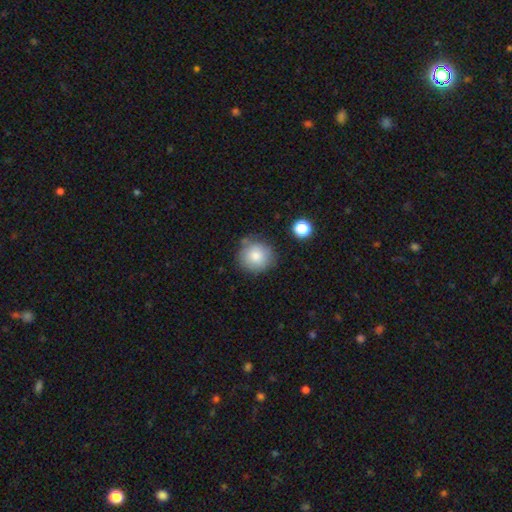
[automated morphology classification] type=smooth (82%); roundness=round (91%); merging=none (75%).